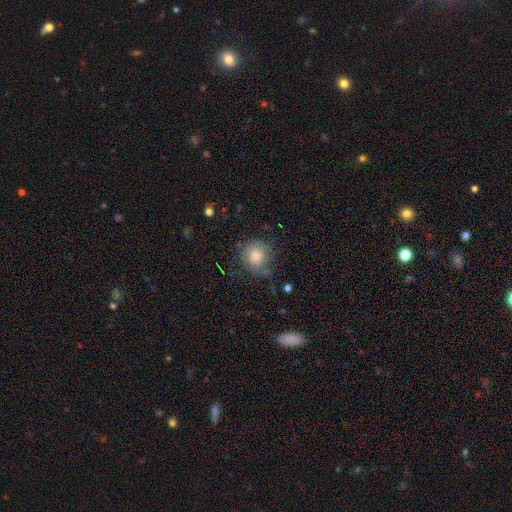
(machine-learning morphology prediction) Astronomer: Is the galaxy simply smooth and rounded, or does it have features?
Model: smooth — 72%.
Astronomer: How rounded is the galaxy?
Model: round — 87%.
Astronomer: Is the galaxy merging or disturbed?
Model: none — 68%.